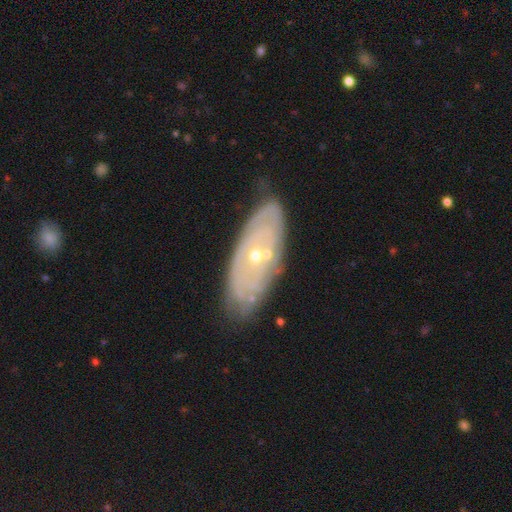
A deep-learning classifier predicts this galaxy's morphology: Smooth or featured?
  - featured or disk: 71% *
  - smooth: 22%
  - star or artifact: 7%
Edge-on disk?
  - no: 88% *
  - yes: 12%
Bar?
  - no: 87% *
  - weak: 10%
  - strong: 3%
Spiral arms?
  - yes: 52% *
  - no: 48%
Bulge size?
  - small: 65% *
  - moderate: 31%
  - large: 1%
  - none: 1%
  - dominant: 1%
Merging?
  - none: 69% *
  - minor disturbance: 19%
  - merger: 6%
  - major disturbance: 6%